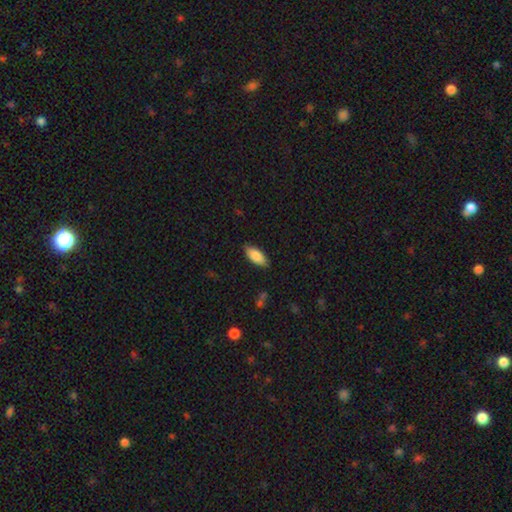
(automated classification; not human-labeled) Smooth or featured?
  - smooth: 86% *
  - featured or disk: 8%
  - star or artifact: 6%
How rounded?
  - in between: 86% *
  - cigar-shaped: 12%
  - round: 2%
Merging?
  - none: 85% *
  - minor disturbance: 11%
  - major disturbance: 2%
  - merger: 1%